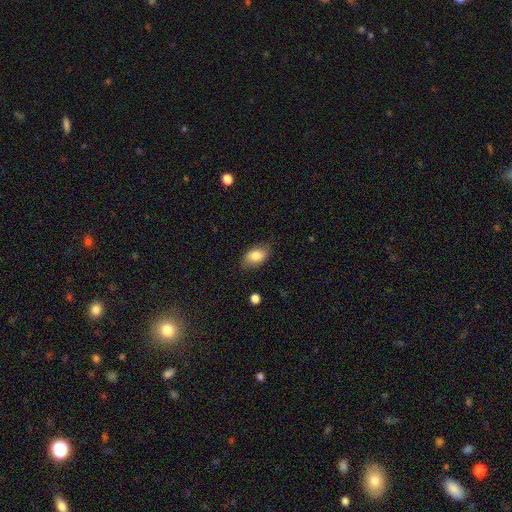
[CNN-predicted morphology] smooth-or-featured: smooth: 82% | featured or disk: 11% | star or artifact: 7%
  how-rounded: in between: 90% | round: 8% | cigar-shaped: 2%
  merging: none: 80% | minor disturbance: 16% | major disturbance: 4% | merger: 1%